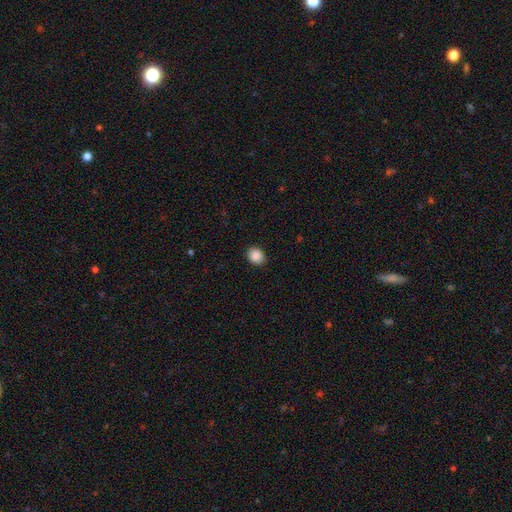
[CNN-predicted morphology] The model was most divided on "how rounded": round: 55%, in between: 44%, cigar-shaped: 1%. More confident: merging — none (90%); smooth or featured — smooth (89%).